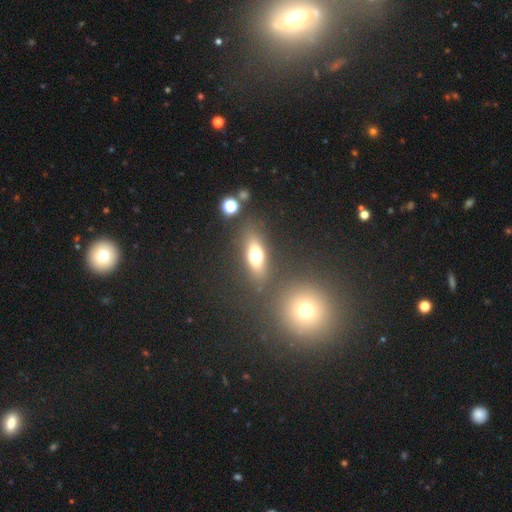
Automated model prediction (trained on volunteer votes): This appears to be a smooth galaxy with no disk features (64%) that is in between round and cigar-shaped (61%). Merging: none (79%).